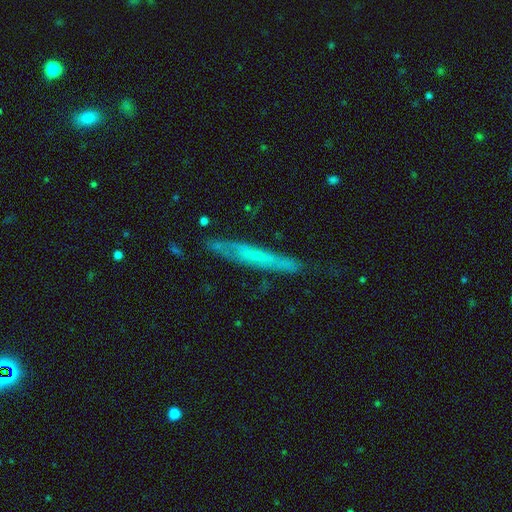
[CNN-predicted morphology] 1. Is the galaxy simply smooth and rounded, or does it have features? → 51% featured or disk, 41% smooth, 7% star or artifact.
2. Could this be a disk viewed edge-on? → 81% yes, 19% no.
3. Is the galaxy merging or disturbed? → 75% none, 18% minor disturbance, 4% major disturbance, 2% merger.